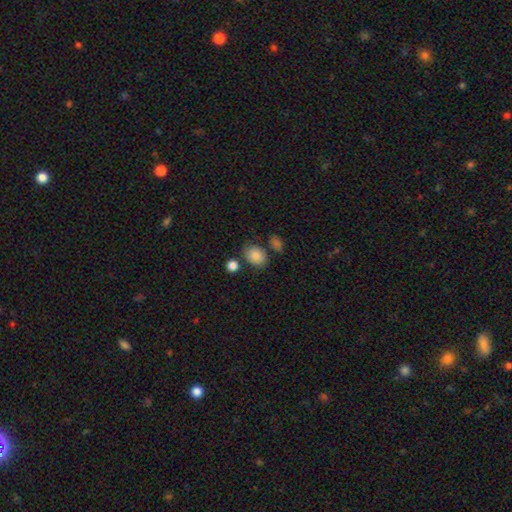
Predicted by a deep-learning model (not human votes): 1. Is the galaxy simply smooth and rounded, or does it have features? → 85% smooth, 9% star or artifact, 6% featured or disk.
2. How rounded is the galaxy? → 60% in between, 39% round, 1% cigar-shaped.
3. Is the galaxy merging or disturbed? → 67% none, 17% minor disturbance, 11% merger, 5% major disturbance.